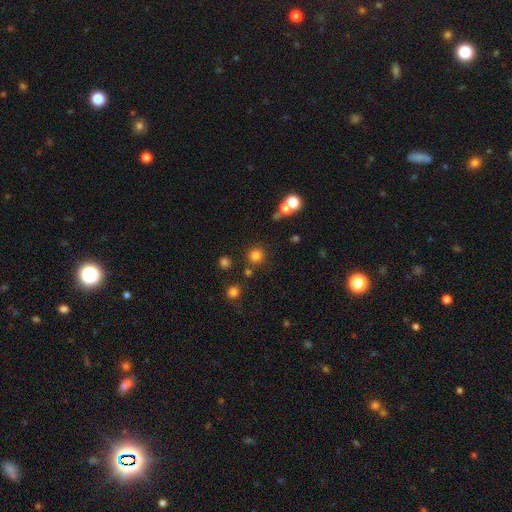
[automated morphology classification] This appears to be a smooth galaxy with no disk features (78%) that is round (94%). Merging: none (83%).